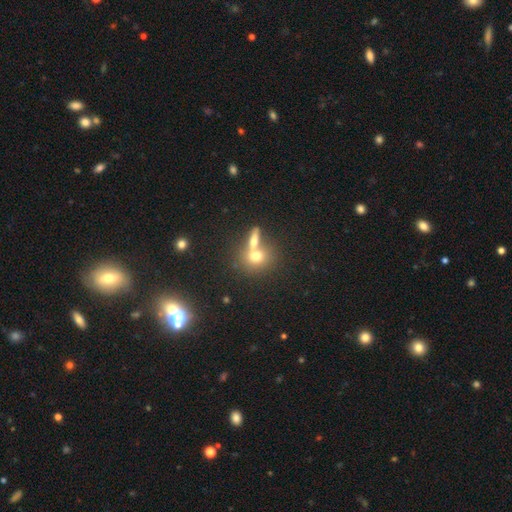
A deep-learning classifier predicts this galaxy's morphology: This appears to be a smooth galaxy with no disk features (68%) that is round (66%). Merging: merger (49%).